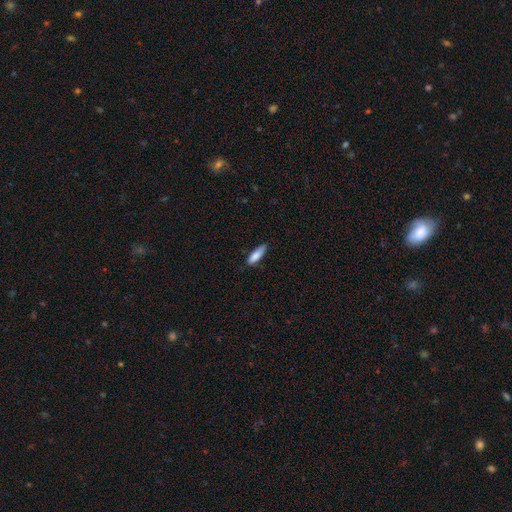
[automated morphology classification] Overall: smooth (82%). How rounded: cigar-shaped (63%; in between 35%). Merging: none (74%).